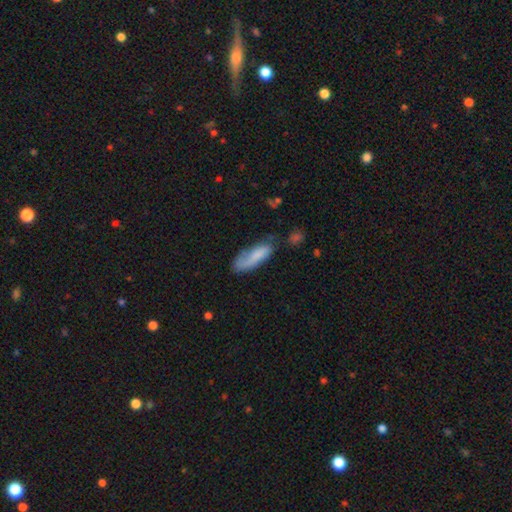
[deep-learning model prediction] Morphology: type=smooth (70%); roundness=in between (53%); merging=none (49%).